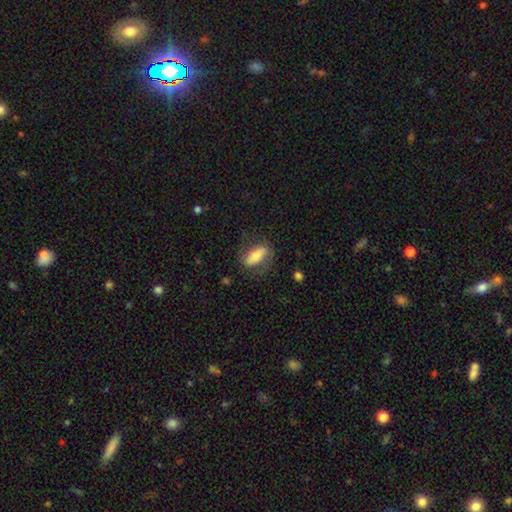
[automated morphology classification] Overall: smooth (51%; featured or disk 42%). How rounded: in between (69%). Merging: none (71%).